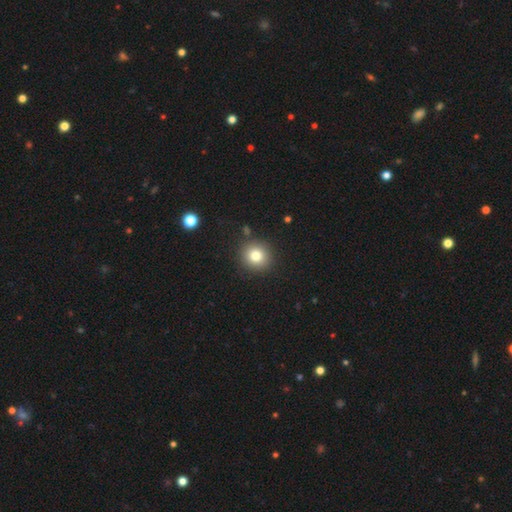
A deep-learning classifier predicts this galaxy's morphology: Smooth or featured? Predicted: smooth (p=0.80). How rounded? Predicted: round (p=0.90). Merging? Predicted: none (p=0.87).